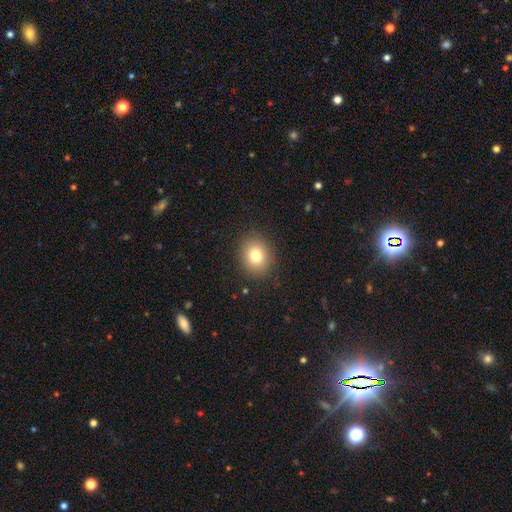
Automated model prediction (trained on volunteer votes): smooth_or_featured: smooth (p=0.79) [alt: star or artifact p=0.11]
how_rounded: round (p=0.69) [alt: in between p=0.30]
merging: none (p=0.89) [alt: minor disturbance p=0.08]